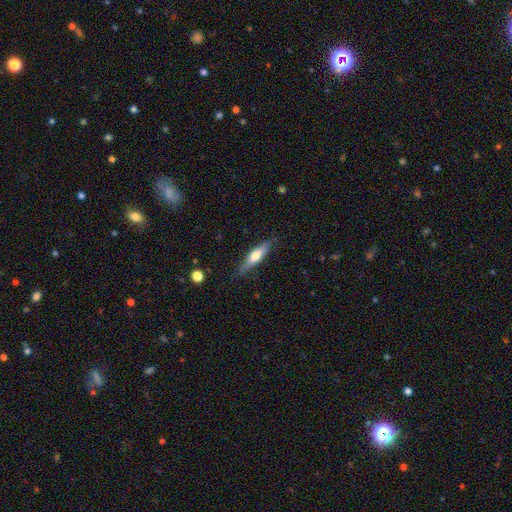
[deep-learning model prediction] Overall: smooth (48%; featured or disk 46%). Merging: none (82%).